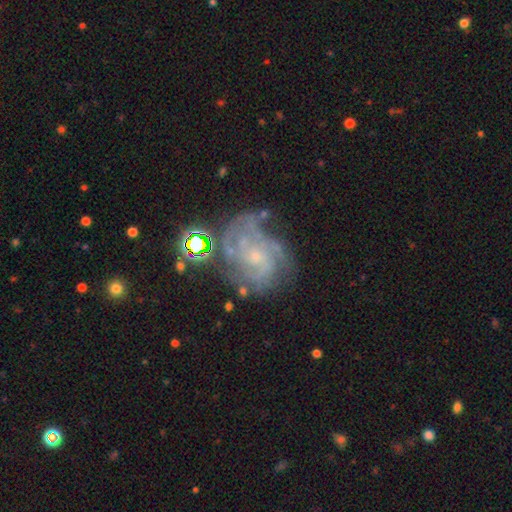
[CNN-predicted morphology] Smooth or featured?
  - featured or disk: 81% *
  - star or artifact: 11%
  - smooth: 9%
Edge-on disk?
  - no: 98% *
  - yes: 2%
Bar?
  - no: 67% *
  - weak: 28%
  - strong: 5%
Spiral arms?
  - yes: 93% *
  - no: 7%
Spiral winding?
  - tight: 53% *
  - medium: 38%
  - loose: 10%
Spiral arm count?
  - can't tell: 31% *
  - 3: 24%
  - 4: 17%
  - 2: 15%
  - more than 4: 7%
  - 1: 6%
Bulge size?
  - small: 74% *
  - moderate: 16%
  - none: 8%
  - large: 1%
  - dominant: 1%
Merging?
  - none: 59% *
  - minor disturbance: 21%
  - major disturbance: 15%
  - merger: 6%